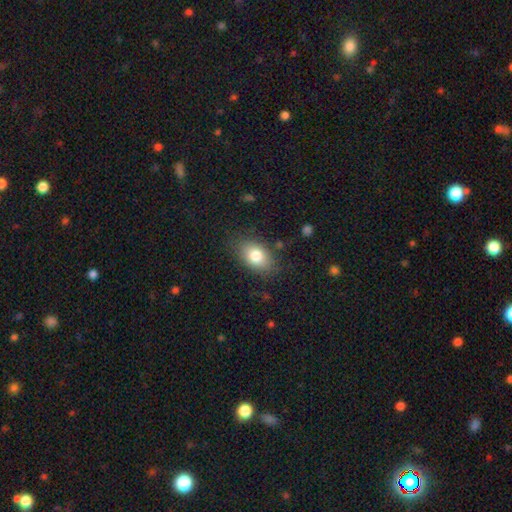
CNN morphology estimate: This appears to be a smooth galaxy with no disk features (79%) that is in between round and cigar-shaped (84%). Merging: none (80%).